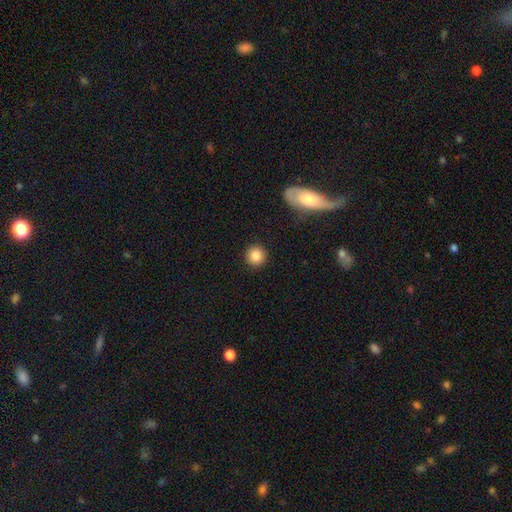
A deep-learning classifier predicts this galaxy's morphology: smooth 85%, star or artifact 9%, featured or disk 6%. Down the decision tree: how rounded — round (92%); merging — none (92%).